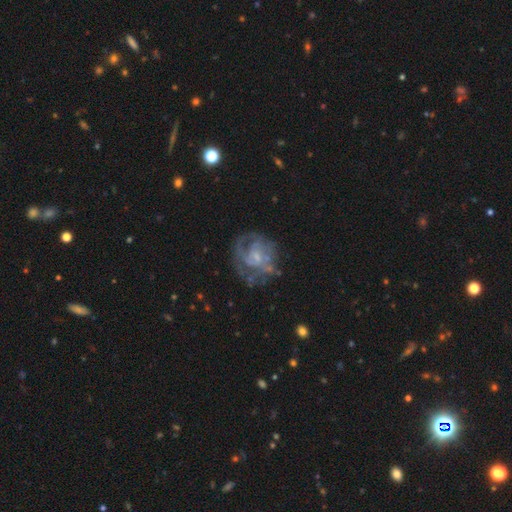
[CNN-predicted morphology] Overall: featured or disk (73%). Edge-on disk: no (98%). Bar: no (69%). Spiral arms: yes (65%; no 35%). Bulge size: small (56%; moderate 23%). Merging: none (58%; major disturbance 20%).